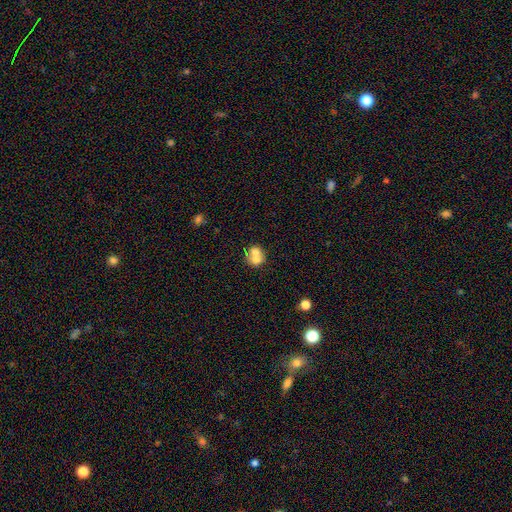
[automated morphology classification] Smooth or featured: smooth — 65% (featured or disk — 25%)
How rounded: round — 71% (in between — 28%)
Merging: merger — 63% (none — 27%)